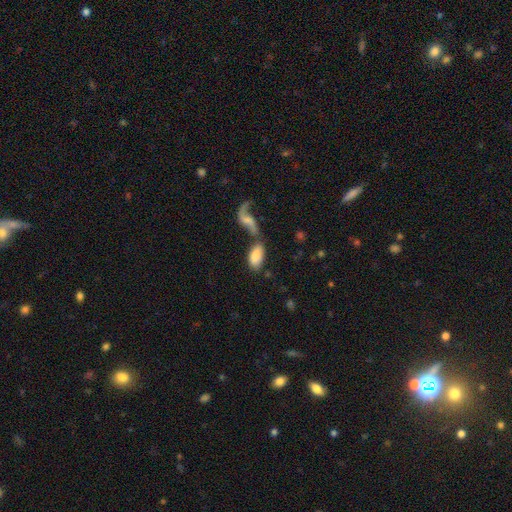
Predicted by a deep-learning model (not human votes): Smooth or featured? Predicted: smooth (p=0.78). How rounded? Predicted: in between (p=0.92). Merging? Predicted: merger (p=0.51).